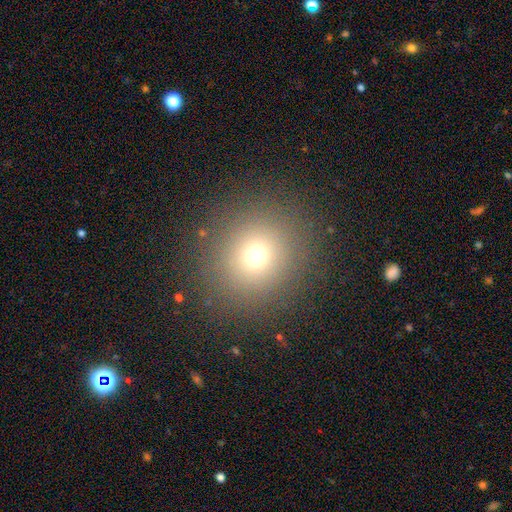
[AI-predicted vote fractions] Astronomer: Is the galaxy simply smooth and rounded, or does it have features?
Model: smooth — 69%.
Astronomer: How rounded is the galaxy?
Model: round — 87%.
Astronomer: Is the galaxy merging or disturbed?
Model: none — 88%.